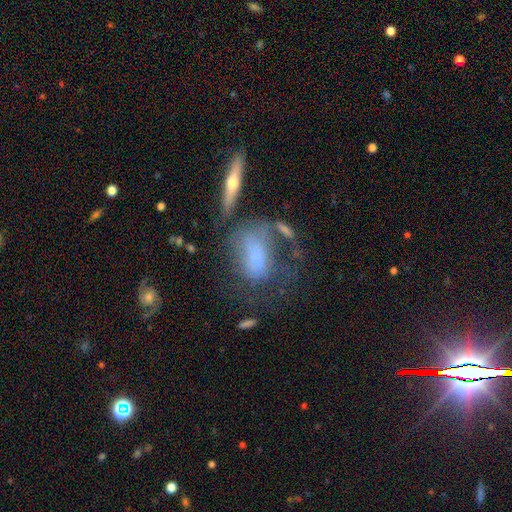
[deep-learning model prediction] smooth-or-featured: smooth: 45% | featured or disk: 42% | star or artifact: 13%
  merging: major disturbance: 35% | none: 32% | minor disturbance: 20% | merger: 13%